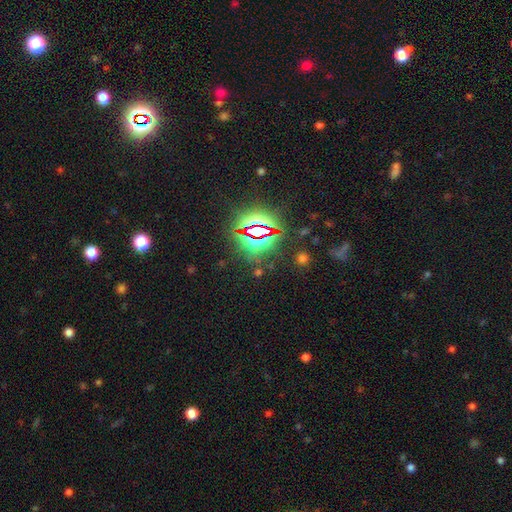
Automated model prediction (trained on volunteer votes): A star or artifact, not a galaxy (82%).